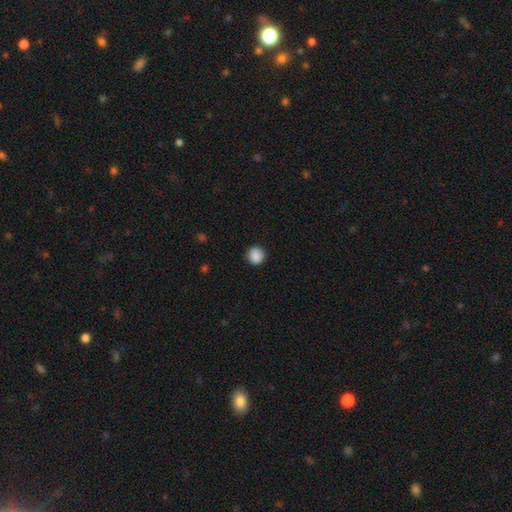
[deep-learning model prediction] smooth-or-featured: smooth: 89% | star or artifact: 9% | featured or disk: 3%
  how-rounded: round: 91% | in between: 8% | cigar-shaped: 1%
  merging: none: 89% | minor disturbance: 8% | major disturbance: 2% | merger: 1%